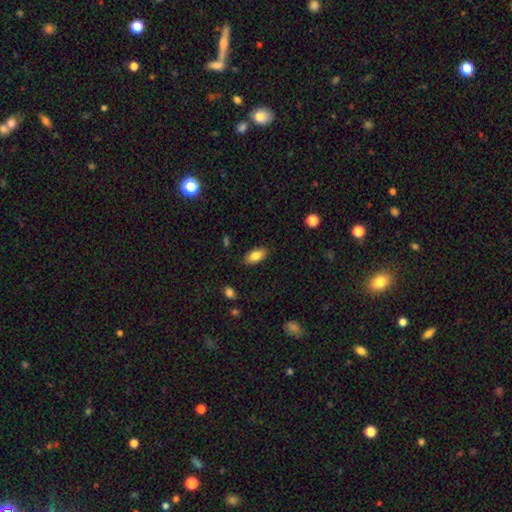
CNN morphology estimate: Smooth or featured? Predicted: smooth (p=0.83). How rounded? Predicted: in between (p=0.90). Merging? Predicted: none (p=0.87).